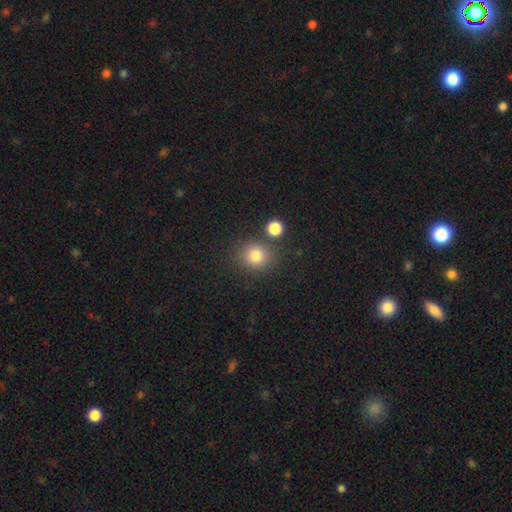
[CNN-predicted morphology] A smooth galaxy with no disk features (80%) that is round (85%).

Vote fractions:
- Smooth or featured? smooth: 80% / star or artifact: 13% / featured or disk: 7%
- How rounded? round: 85% / in between: 14% / cigar-shaped: 1%
- Merging? none: 78% / minor disturbance: 9% / merger: 9% / major disturbance: 3%